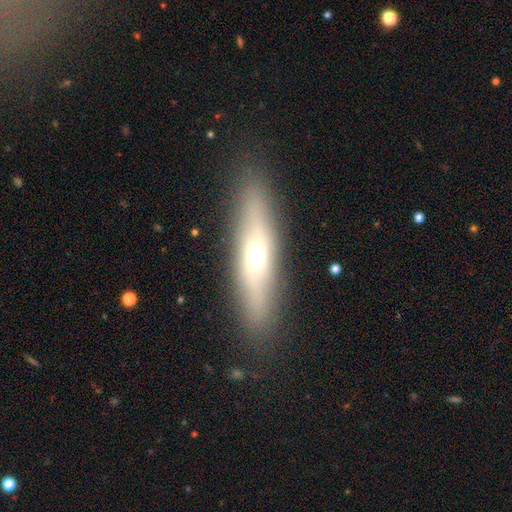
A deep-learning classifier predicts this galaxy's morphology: Q: Smooth or featured?
A: featured or disk (48%); runner-up: smooth (44%)
Q: Merging?
A: none (87%); runner-up: minor disturbance (9%)